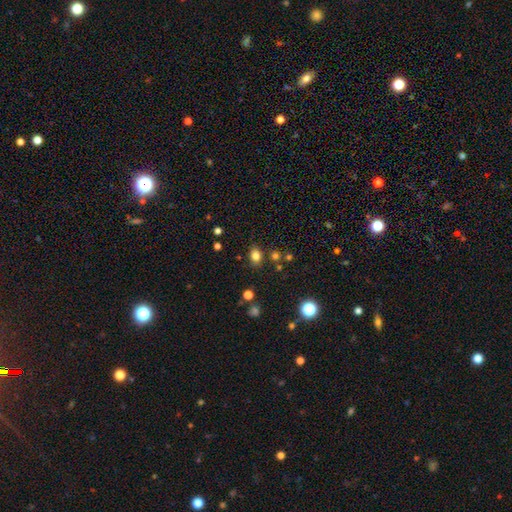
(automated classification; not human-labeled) A smooth galaxy with no disk features (80%) that is in between round and cigar-shaped (52%).

Vote fractions:
- Smooth or featured? smooth: 80% / star or artifact: 14% / featured or disk: 6%
- How rounded? in between: 52% / round: 47% / cigar-shaped: 1%
- Merging? none: 82% / minor disturbance: 11% / merger: 4% / major disturbance: 3%